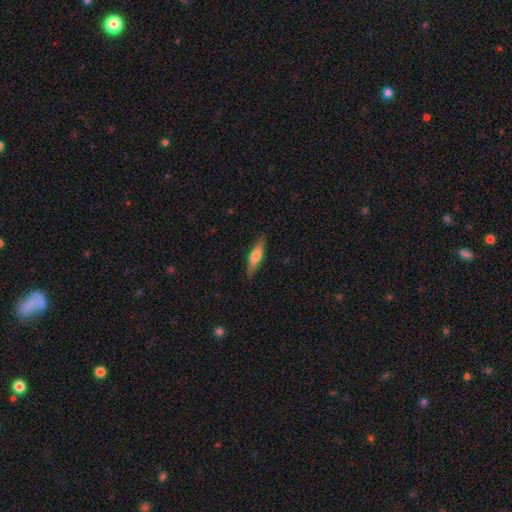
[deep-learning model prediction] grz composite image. It shows a smooth galaxy with no disk features (55%) that is cigar-shaped (73%). Merging: none (88%).